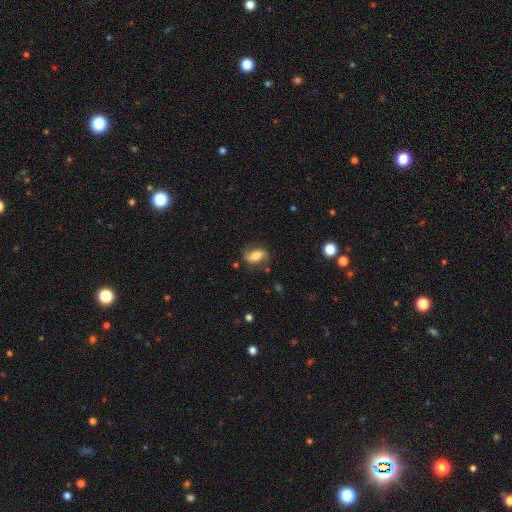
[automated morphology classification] type=featured or disk (47%); merging=none (72%).